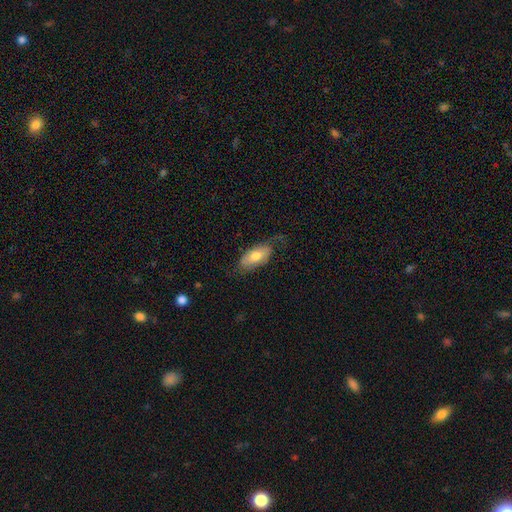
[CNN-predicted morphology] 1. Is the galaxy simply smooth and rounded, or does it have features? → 65% smooth, 29% featured or disk, 6% star or artifact.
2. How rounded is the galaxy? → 90% in between, 7% cigar-shaped, 3% round.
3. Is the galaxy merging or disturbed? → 57% none, 29% minor disturbance, 13% major disturbance, 2% merger.